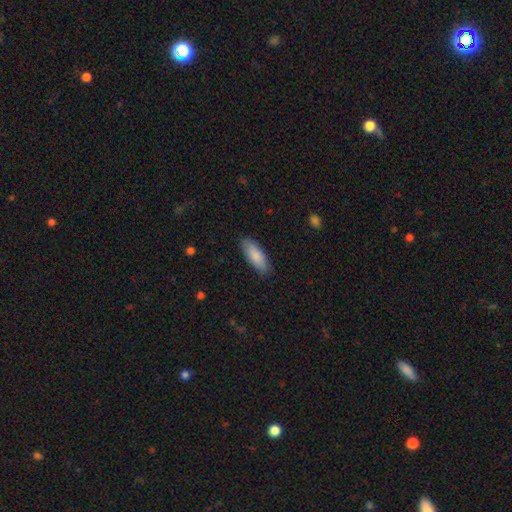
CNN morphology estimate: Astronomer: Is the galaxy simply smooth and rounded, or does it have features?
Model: smooth — 87%.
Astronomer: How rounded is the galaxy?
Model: in between — 70%.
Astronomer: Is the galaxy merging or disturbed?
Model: none — 86%.